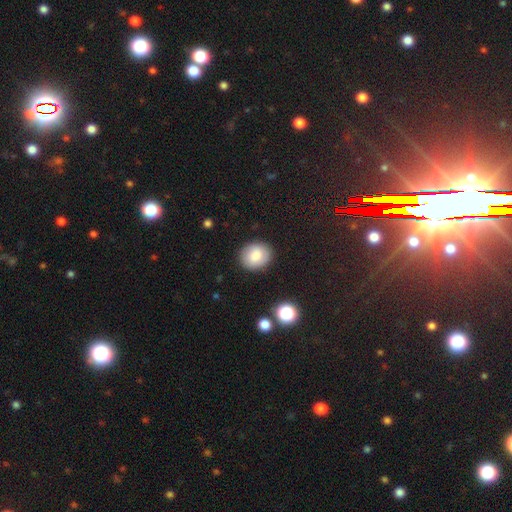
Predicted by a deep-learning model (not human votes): Smooth or featured: smooth — 81% (featured or disk — 10%)
How rounded: round — 67% (in between — 32%)
Merging: none — 88% (minor disturbance — 8%)